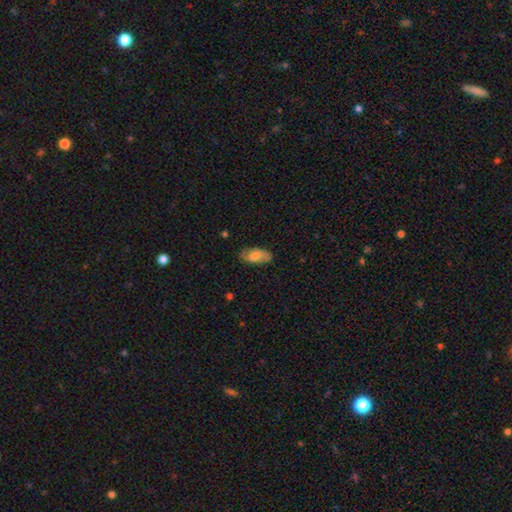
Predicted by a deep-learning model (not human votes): This appears to be a smooth galaxy with no disk features (56%) that is in between round and cigar-shaped (88%). Merging: none (79%).